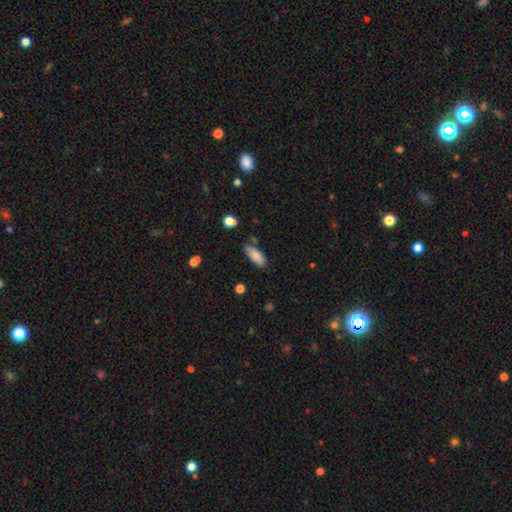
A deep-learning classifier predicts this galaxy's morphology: smooth-or-featured: smooth: 85% | featured or disk: 8% | star or artifact: 7%
  how-rounded: in between: 76% | cigar-shaped: 22% | round: 2%
  merging: none: 76% | minor disturbance: 17% | merger: 3% | major disturbance: 3%